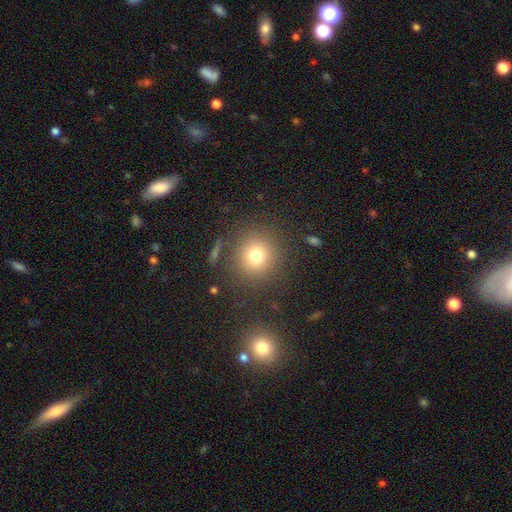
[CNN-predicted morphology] A smooth galaxy with no disk features (75%) that is round (90%).

Vote fractions:
- Smooth or featured? smooth: 75% / star or artifact: 15% / featured or disk: 10%
- How rounded? round: 90% / in between: 9% / cigar-shaped: 1%
- Merging? none: 85% / minor disturbance: 8% / major disturbance: 4% / merger: 3%